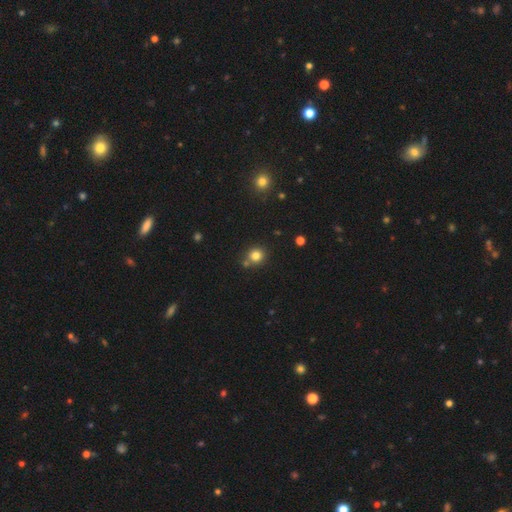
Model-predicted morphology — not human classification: This appears to be a smooth galaxy with no disk features (80%) that is round (90%). Merging: none (76%).